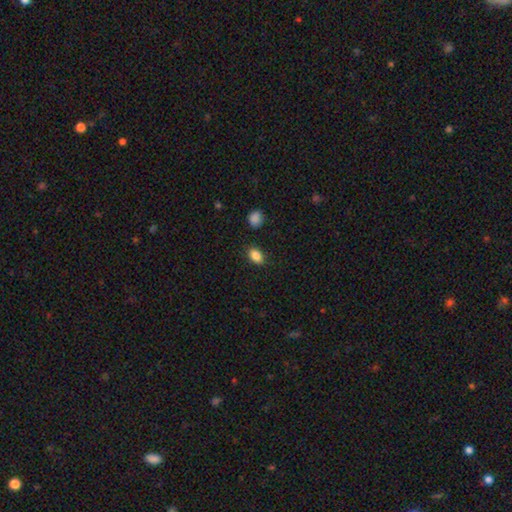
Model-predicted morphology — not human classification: This is clearly a smooth galaxy (86%). How rounded: clearly in between (80%). Merging: clearly none (86%).